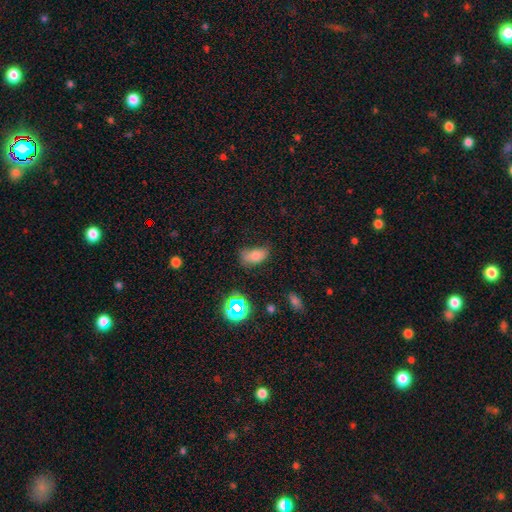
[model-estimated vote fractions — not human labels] A smooth galaxy with no disk features (73%) that is in between round and cigar-shaped (89%).

Vote fractions:
- Smooth or featured? smooth: 73% / star or artifact: 16% / featured or disk: 11%
- How rounded? in between: 89% / round: 8% / cigar-shaped: 3%
- Merging? none: 57% / minor disturbance: 30% / major disturbance: 10% / merger: 4%